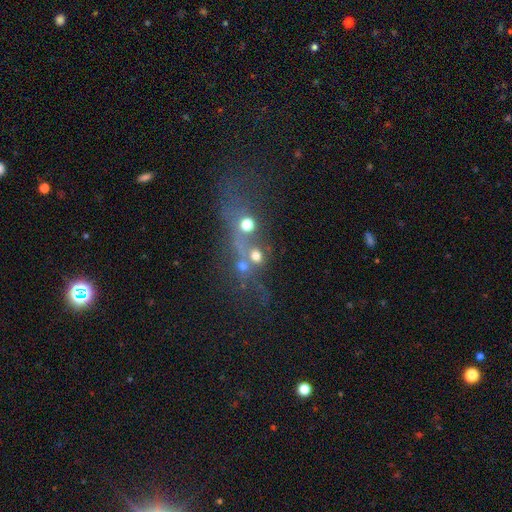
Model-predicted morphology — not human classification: This is possibly a smooth galaxy (53%). How rounded: likely round (77%). Merging: marginally merger (43%).